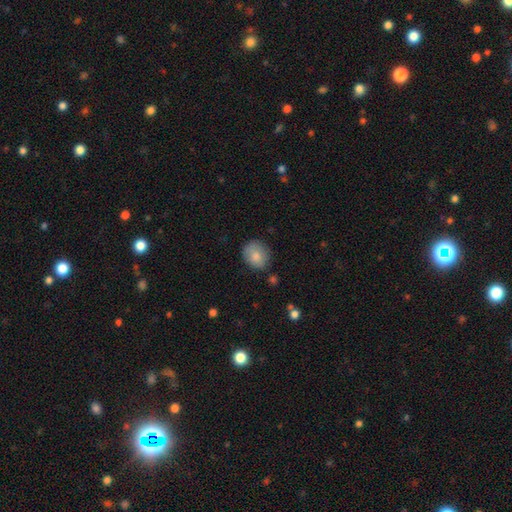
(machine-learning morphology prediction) type=smooth (83%); roundness=round (70%); merging=none (74%).